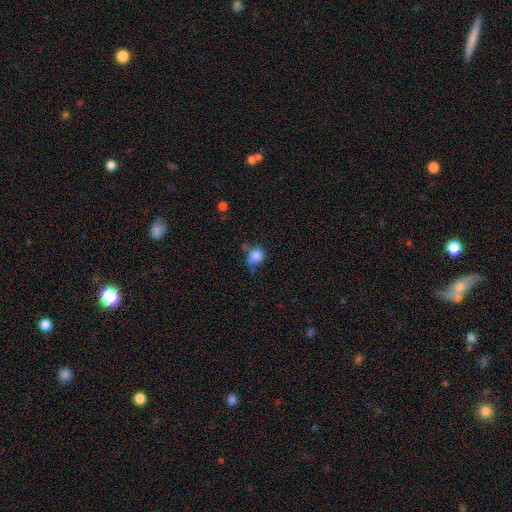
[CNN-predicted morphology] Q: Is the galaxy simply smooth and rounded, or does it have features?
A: smooth — 82%.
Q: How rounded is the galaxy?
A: round — 78%.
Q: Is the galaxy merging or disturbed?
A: none — 50%.